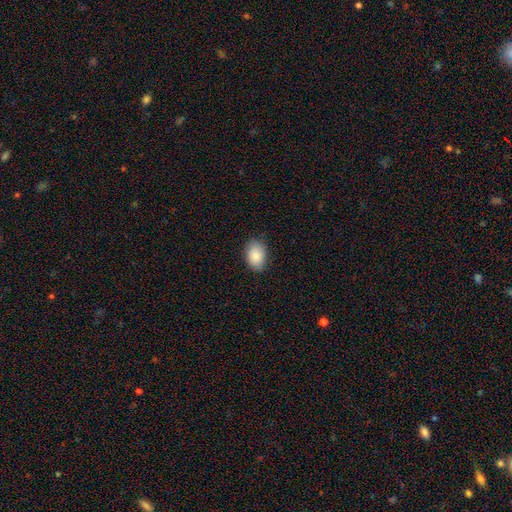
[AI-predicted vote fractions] A smooth galaxy with no disk features (87%) that is in between round and cigar-shaped (86%).

Vote fractions:
- Smooth or featured? smooth: 87% / star or artifact: 7% / featured or disk: 6%
- How rounded? in between: 86% / round: 13% / cigar-shaped: 1%
- Merging? none: 85% / minor disturbance: 12% / major disturbance: 2% / merger: 1%